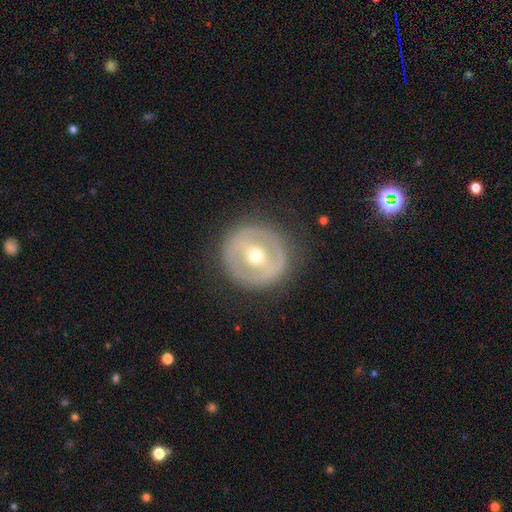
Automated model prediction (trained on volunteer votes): Smooth or featured?
  - featured or disk: 63% *
  - smooth: 31%
  - star or artifact: 7%
Edge-on disk?
  - no: 94% *
  - yes: 6%
Bar?
  - strong: 34% * (tied)
  - weak: 34% * (tied)
  - no: 32%
Spiral arms?
  - no: 83% *
  - yes: 17%
Bulge size?
  - moderate: 68% *
  - small: 27%
  - large: 4%
  - dominant: 1%
  - none: 1%
Merging?
  - none: 85% *
  - minor disturbance: 9%
  - major disturbance: 5%
  - merger: 1%